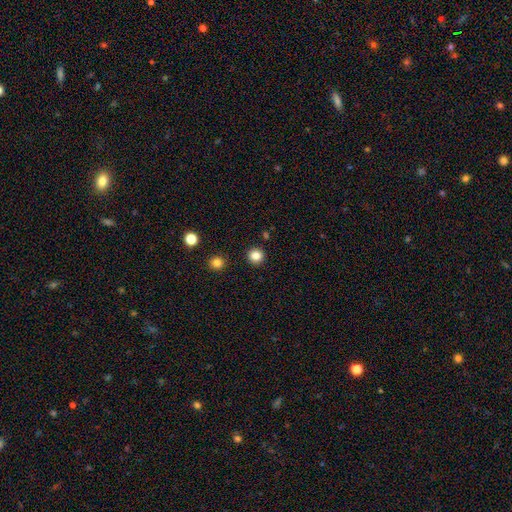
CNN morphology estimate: A smooth galaxy with no disk features (83%) that is round (93%). Merging: none (92%).